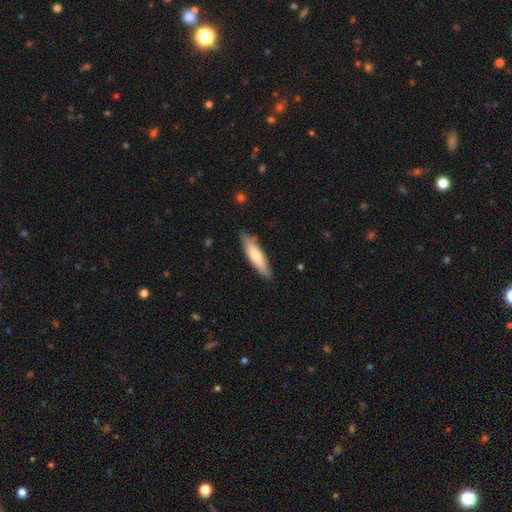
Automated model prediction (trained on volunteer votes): Overall: smooth (70%). How rounded: cigar-shaped (73%). Merging: none (84%).